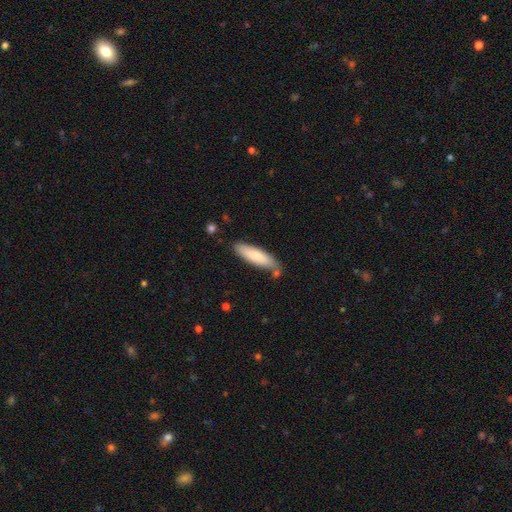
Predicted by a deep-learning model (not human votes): Smooth or featured? smooth (80%)
How rounded? cigar-shaped (67%)
Merging? none (72%)